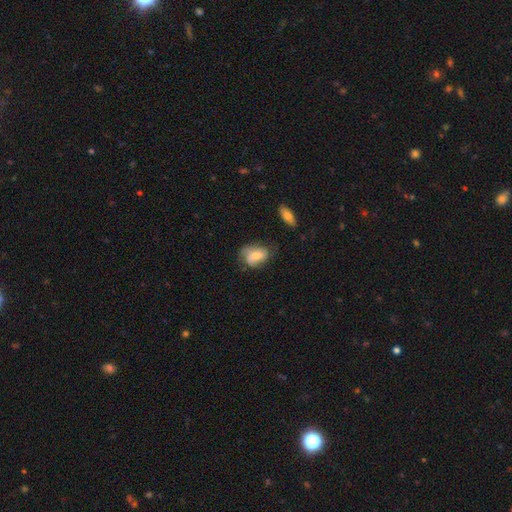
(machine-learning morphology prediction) Smooth or featured? smooth (55%)
How rounded? in between (79%)
Merging? none (51%)